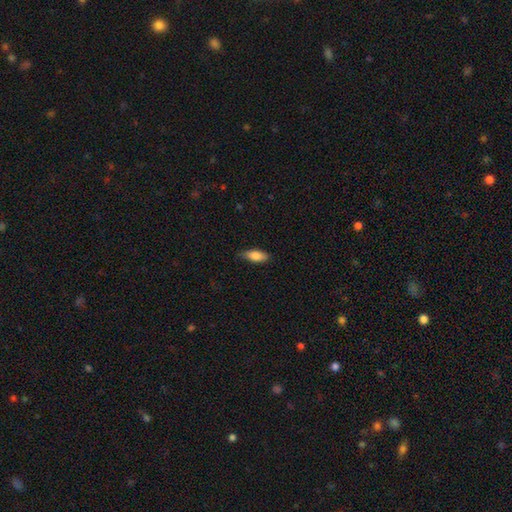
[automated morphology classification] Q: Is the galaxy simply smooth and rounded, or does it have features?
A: smooth — 81%.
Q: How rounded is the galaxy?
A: in between — 77%.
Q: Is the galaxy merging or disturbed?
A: none — 78%.